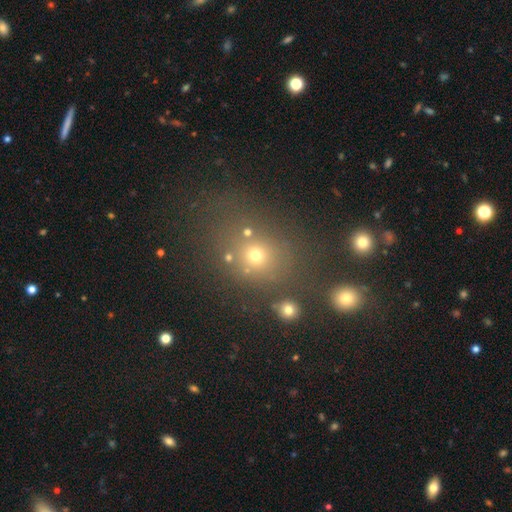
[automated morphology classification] A smooth galaxy with no disk features (63%) that is round (70%).

Vote fractions:
- Smooth or featured? smooth: 63% / star or artifact: 26% / featured or disk: 11%
- How rounded? round: 70% / in between: 29% / cigar-shaped: 2%
- Merging? none: 68% / minor disturbance: 13% / merger: 12% / major disturbance: 8%